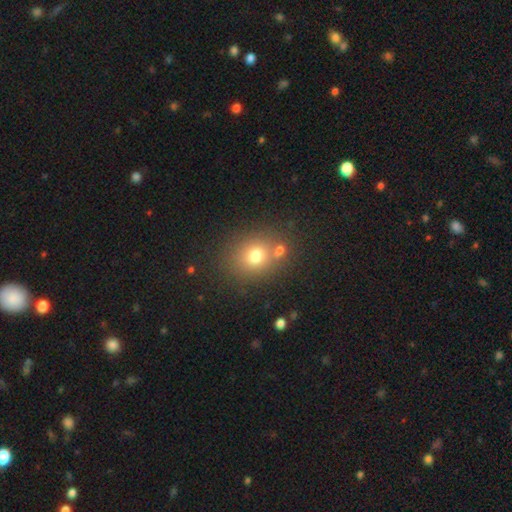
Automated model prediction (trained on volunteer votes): Morphology: type=smooth (73%); roundness=round (67%); merging=none (67%).